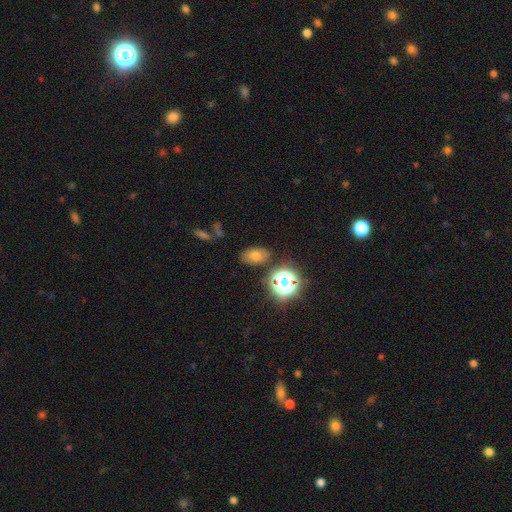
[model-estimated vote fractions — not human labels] A smooth galaxy with no disk features (64%) that is in between round and cigar-shaped (81%). Merging: none (81%).